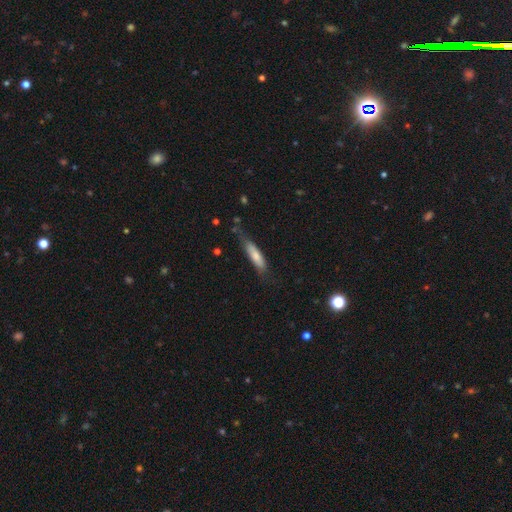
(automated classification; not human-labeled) Smooth or featured: smooth — 73% (featured or disk — 21%)
How rounded: cigar-shaped — 71% (in between — 28%)
Merging: none — 57% (minor disturbance — 30%)